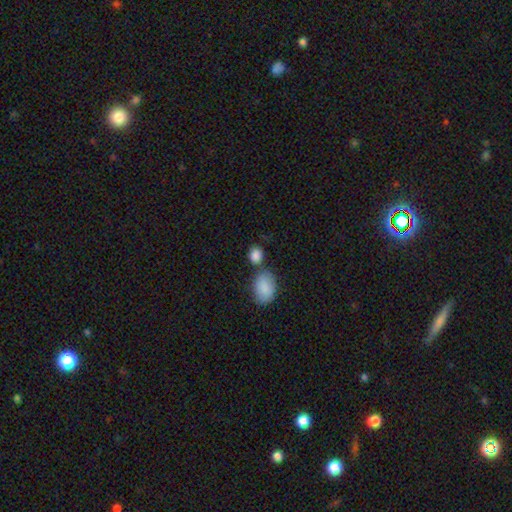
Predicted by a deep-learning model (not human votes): smooth-or-featured: smooth: 87% | star or artifact: 8% | featured or disk: 5%
  how-rounded: round: 50% | in between: 48% | cigar-shaped: 2%
  merging: none: 60% | merger: 24% | minor disturbance: 12% | major disturbance: 4%